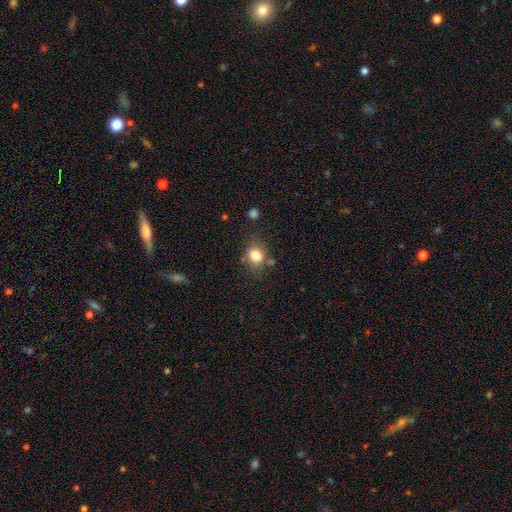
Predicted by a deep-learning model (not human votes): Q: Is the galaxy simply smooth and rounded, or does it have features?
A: smooth — 81%.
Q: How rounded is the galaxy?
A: round — 61%.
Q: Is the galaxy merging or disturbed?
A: none — 73%.